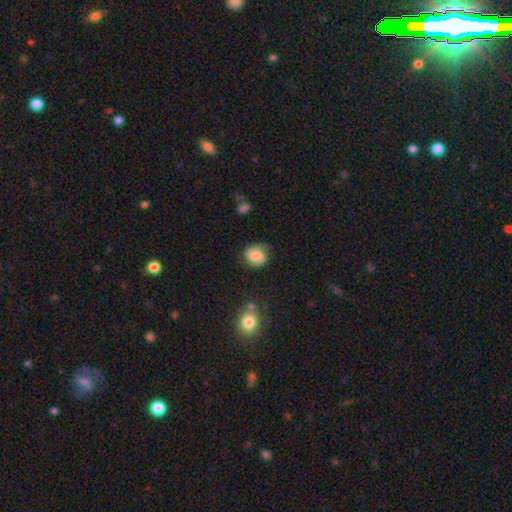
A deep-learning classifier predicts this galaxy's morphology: This is likely a smooth galaxy (71%). How rounded: likely round (69%). Merging: likely none (70%).